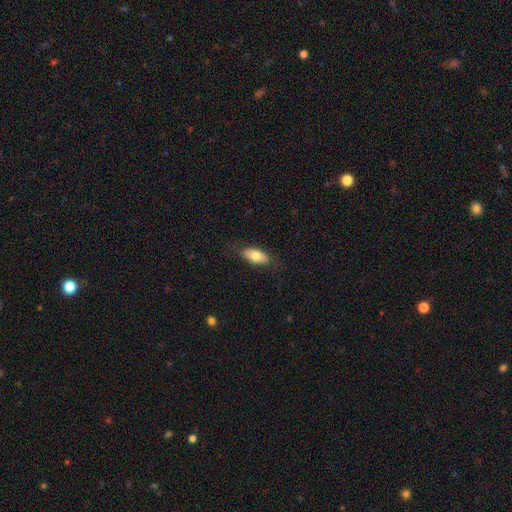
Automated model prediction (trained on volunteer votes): smooth_or_featured: smooth (p=0.75) [alt: featured or disk p=0.18]
how_rounded: in between (p=0.87) [alt: cigar-shaped p=0.10]
merging: none (p=0.82) [alt: minor disturbance p=0.13]